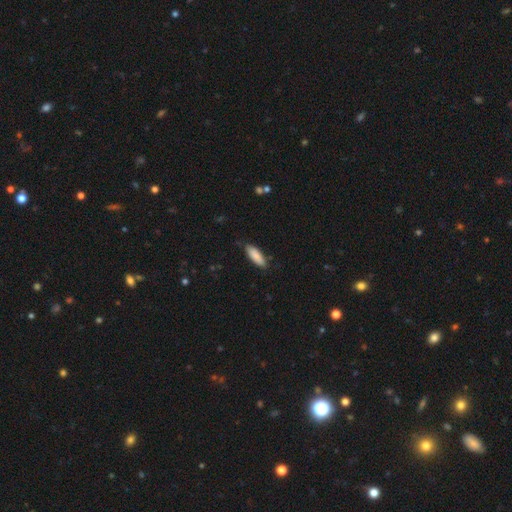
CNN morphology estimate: Smooth or featured? Predicted: smooth (p=0.86). How rounded? Predicted: in between (p=0.57). Merging? Predicted: none (p=0.79).